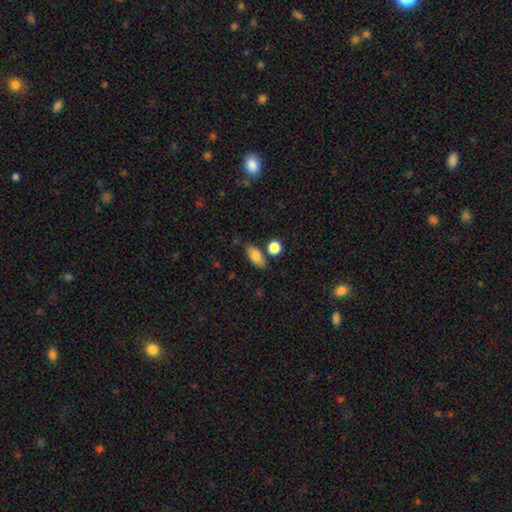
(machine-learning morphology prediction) Overall: smooth (81%). How rounded: in between (83%). Merging: none (74%).